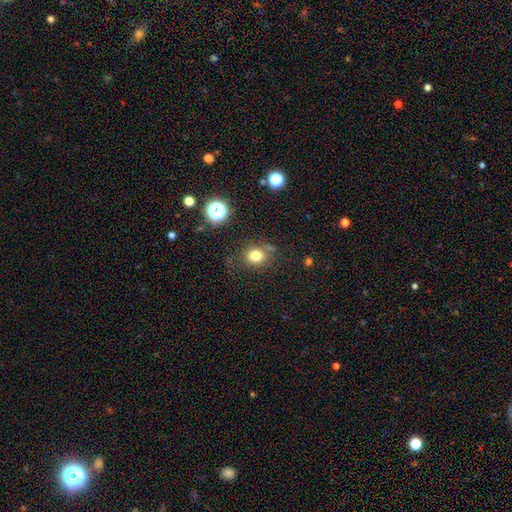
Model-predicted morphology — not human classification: smooth-or-featured: smooth: 78% | star or artifact: 14% | featured or disk: 8%
  how-rounded: round: 73% | in between: 27% | cigar-shaped: 1%
  merging: none: 72% | minor disturbance: 17% | major disturbance: 7% | merger: 4%